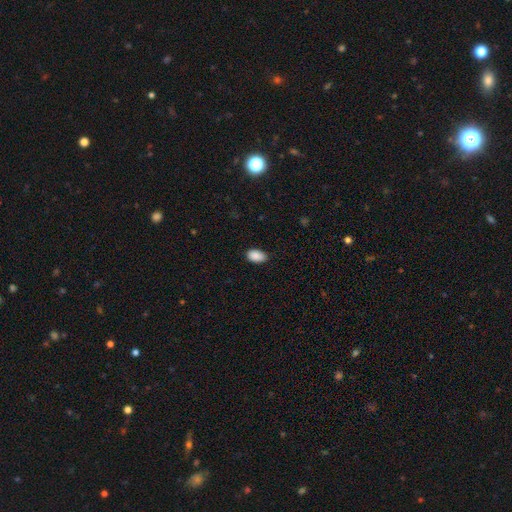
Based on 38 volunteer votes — smooth_or_featured: smooth (p=0.92) [alt: star or artifact p=0.05]
how_rounded: in between (p=0.97) [alt: round p=0.03]
merging: none (p=0.58) [alt: minor disturbance p=0.33]